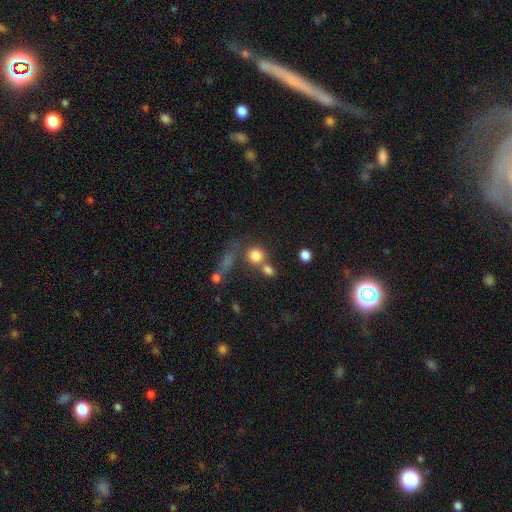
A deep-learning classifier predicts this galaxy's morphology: A smooth galaxy with no disk features (80%) that is round (85%).

Vote fractions:
- Smooth or featured? smooth: 80% / star or artifact: 12% / featured or disk: 9%
- How rounded? round: 85% / in between: 14% / cigar-shaped: 2%
- Merging? none: 53% / merger: 32% / minor disturbance: 9% / major disturbance: 6%